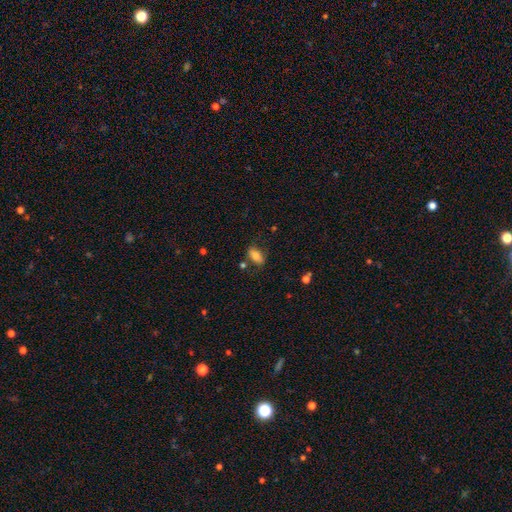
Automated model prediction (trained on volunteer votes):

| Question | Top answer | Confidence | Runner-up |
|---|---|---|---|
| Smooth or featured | smooth | 80% | featured or disk (11%) |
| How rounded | in between | 89% | round (6%) |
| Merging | none | 73% | minor disturbance (17%) |